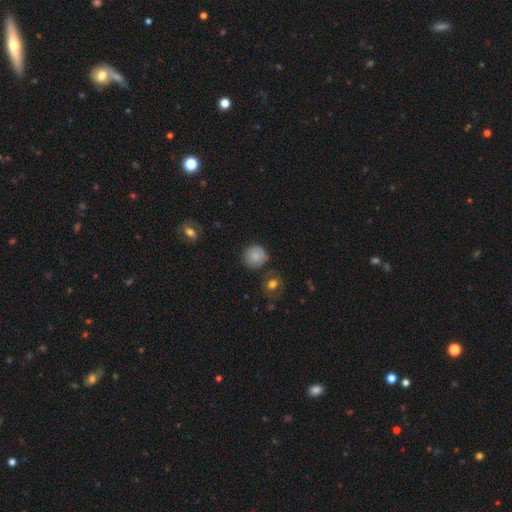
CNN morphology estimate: Smooth or featured: smooth — 83% (featured or disk — 8%)
How rounded: round — 90% (in between — 9%)
Merging: none — 79% (minor disturbance — 14%)